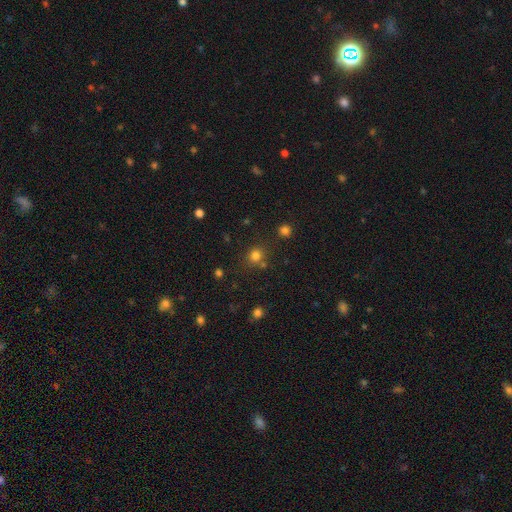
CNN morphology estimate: smooth 78%, star or artifact 17%, featured or disk 6%. Down the decision tree: how rounded — round (84%); merging — none (74%).